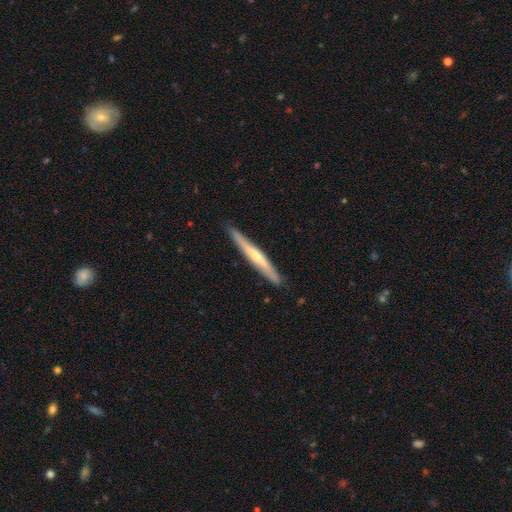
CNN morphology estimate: A featured or disk galaxy (65%) viewed edge-on (96%) with a rounded central bulge (69%). Merging: none (89%).